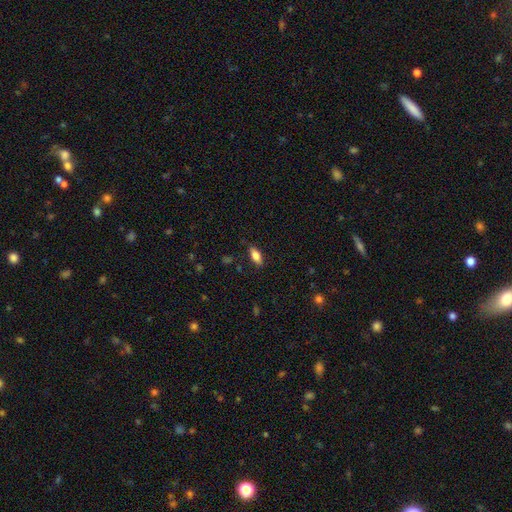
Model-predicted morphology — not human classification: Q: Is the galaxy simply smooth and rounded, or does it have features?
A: smooth — 79%.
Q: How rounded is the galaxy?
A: in between — 83%.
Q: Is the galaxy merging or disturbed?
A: none — 86%.